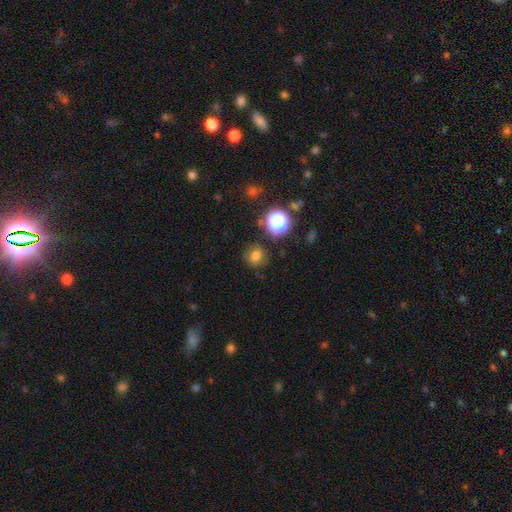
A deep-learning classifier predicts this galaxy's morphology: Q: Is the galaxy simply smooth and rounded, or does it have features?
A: smooth — 73%.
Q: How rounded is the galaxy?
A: round — 86%.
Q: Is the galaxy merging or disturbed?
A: none — 84%.